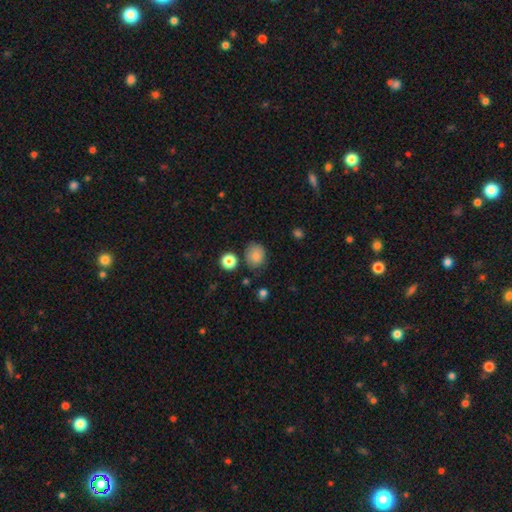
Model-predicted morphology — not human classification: The model was most divided on "how rounded": round: 58%, in between: 41%, cigar-shaped: 1%. More confident: smooth or featured — smooth (83%); merging — none (72%).